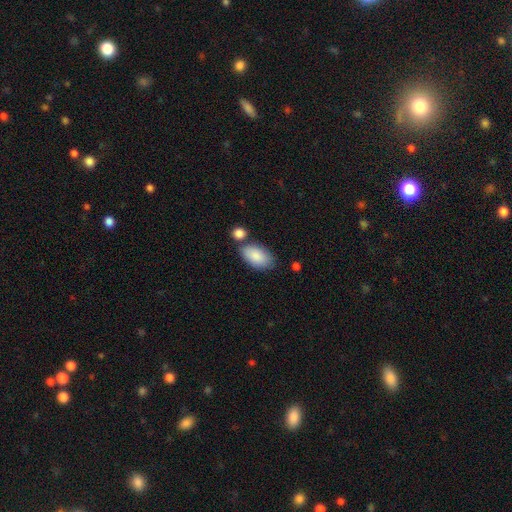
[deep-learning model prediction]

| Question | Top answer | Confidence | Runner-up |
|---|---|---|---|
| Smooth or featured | smooth | 87% | featured or disk (7%) |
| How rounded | in between | 95% | round (3%) |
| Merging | none | 65% | minor disturbance (16%) |